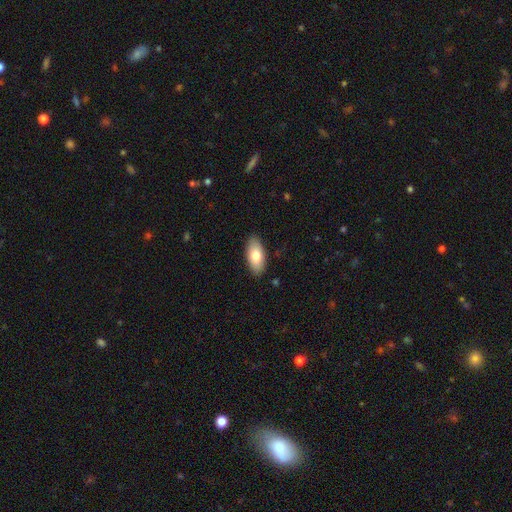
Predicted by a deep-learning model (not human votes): This is likely a smooth galaxy (77%). How rounded: clearly in between (91%). Merging: clearly none (88%).